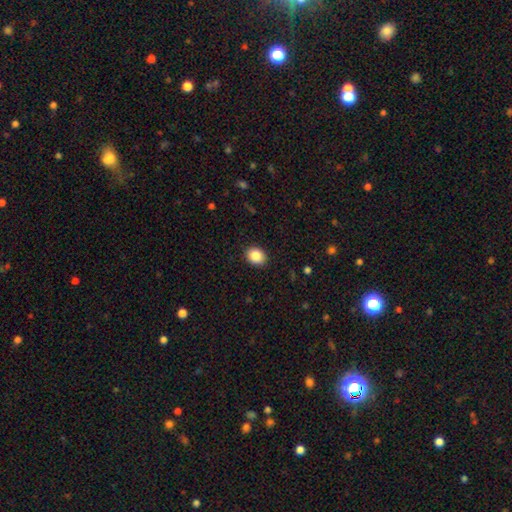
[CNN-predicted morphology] A smooth galaxy with no disk features (86%) that is round (53%).

Vote fractions:
- Smooth or featured? smooth: 86% / star or artifact: 9% / featured or disk: 5%
- How rounded? round: 53% / in between: 46% / cigar-shaped: 1%
- Merging? none: 90% / minor disturbance: 7% / major disturbance: 2% / merger: 1%